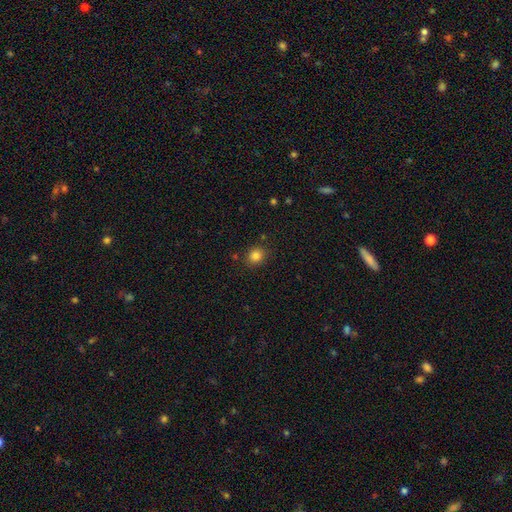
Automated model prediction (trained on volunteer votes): This is clearly a smooth galaxy (83%). How rounded: likely round (74%). Merging: clearly none (86%).